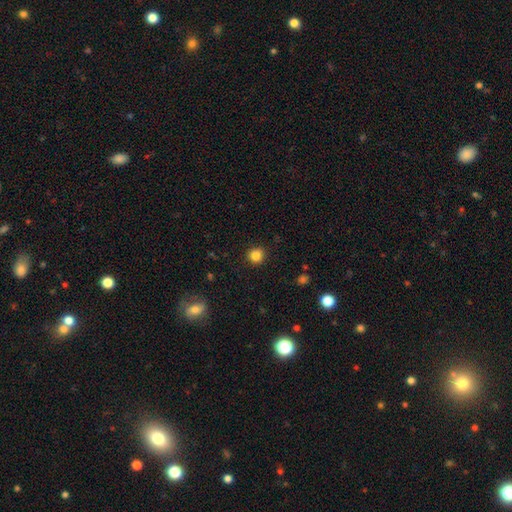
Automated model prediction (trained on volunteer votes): The model was most divided on "smooth or featured": smooth: 84%, star or artifact: 12%, featured or disk: 5%. More confident: how rounded — round (91%); merging — none (91%).